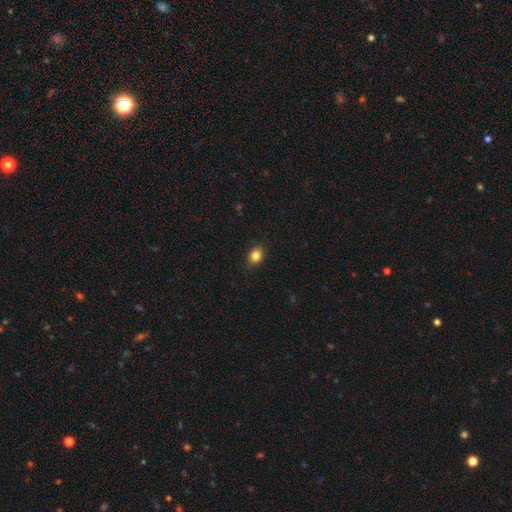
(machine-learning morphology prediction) The model was most divided on "how rounded": in between: 53%, round: 46%, cigar-shaped: 1%. More confident: merging — none (86%); smooth or featured — smooth (84%).